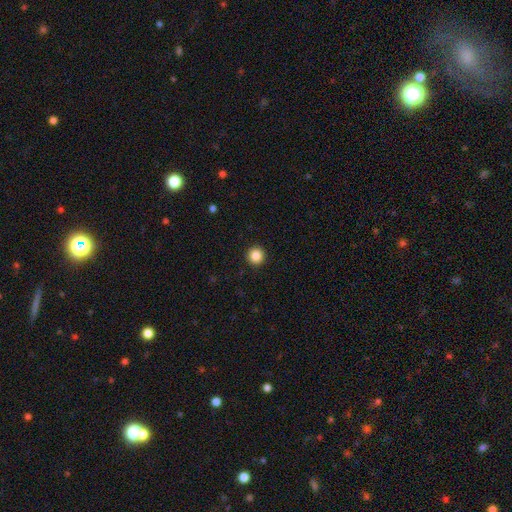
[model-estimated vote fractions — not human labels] Smooth or featured? Predicted: smooth (p=0.86). How rounded? Predicted: round (p=0.96). Merging? Predicted: none (p=0.94).